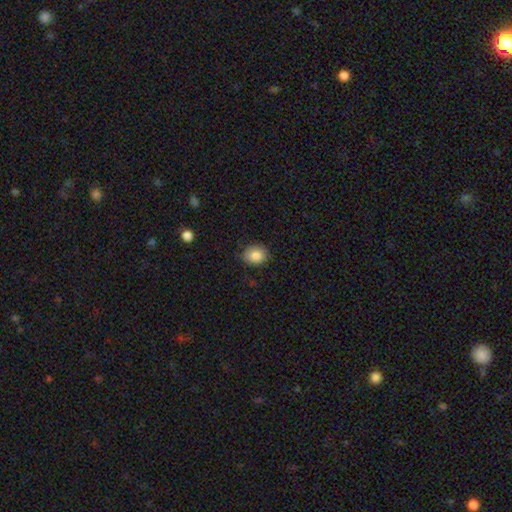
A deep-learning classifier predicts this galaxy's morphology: This is clearly a smooth galaxy (83%). How rounded: likely round (64%). Merging: clearly none (81%).